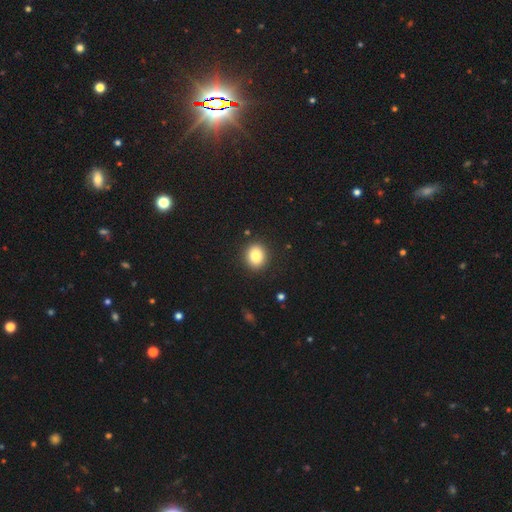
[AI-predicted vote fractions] The model was most divided on "how rounded": round: 73%, in between: 26%, cigar-shaped: 1%. More confident: merging — none (91%); smooth or featured — smooth (83%).